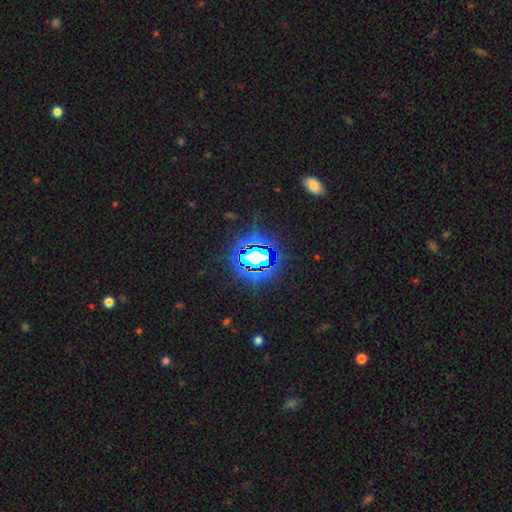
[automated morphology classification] Smooth or featured? Predicted: star or artifact (p=0.76).